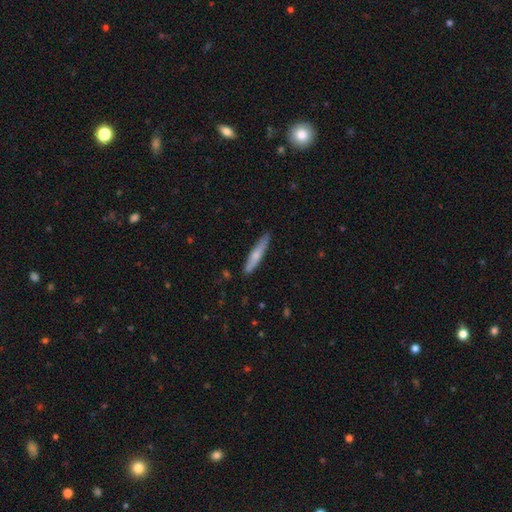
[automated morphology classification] smooth-or-featured: smooth: 62% | featured or disk: 33% | star or artifact: 5%
  how-rounded: cigar-shaped: 92% | in between: 7% | round: 1%
  merging: none: 87% | minor disturbance: 10% | major disturbance: 2% | merger: 1%